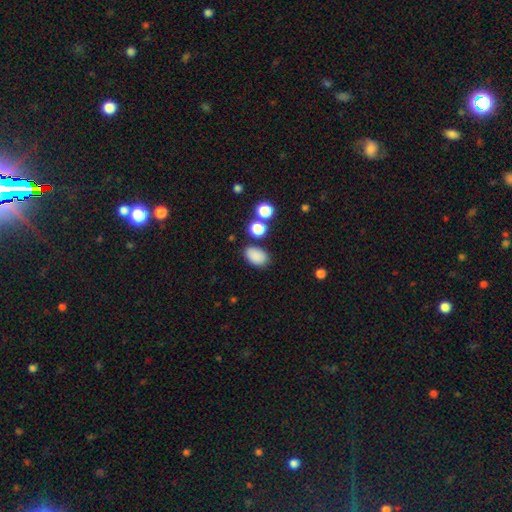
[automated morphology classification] smooth-or-featured: smooth: 86% | star or artifact: 10% | featured or disk: 4%
  how-rounded: in between: 86% | round: 12% | cigar-shaped: 1%
  merging: none: 78% | minor disturbance: 12% | merger: 6% | major disturbance: 4%